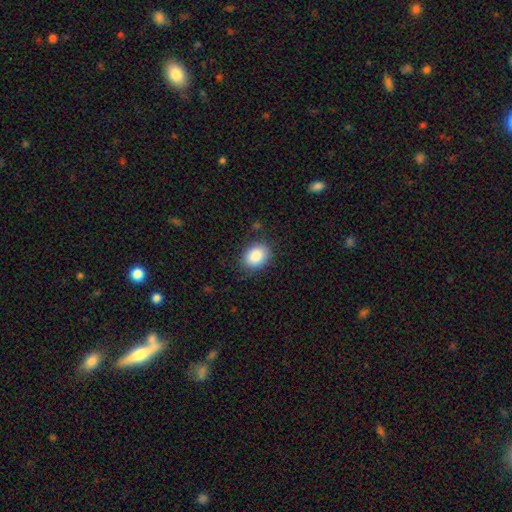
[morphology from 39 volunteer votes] This is clearly a smooth galaxy (90%). How rounded: possibly round (57%). Merging: clearly none (84%).